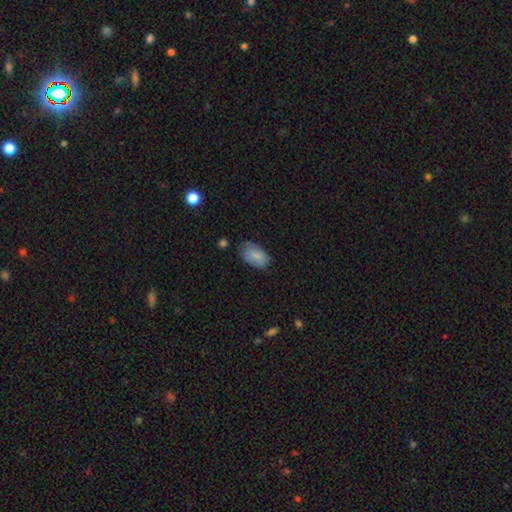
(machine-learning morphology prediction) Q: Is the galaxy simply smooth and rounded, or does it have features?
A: smooth — 82%.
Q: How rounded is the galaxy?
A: in between — 93%.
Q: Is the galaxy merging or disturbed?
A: none — 67%.